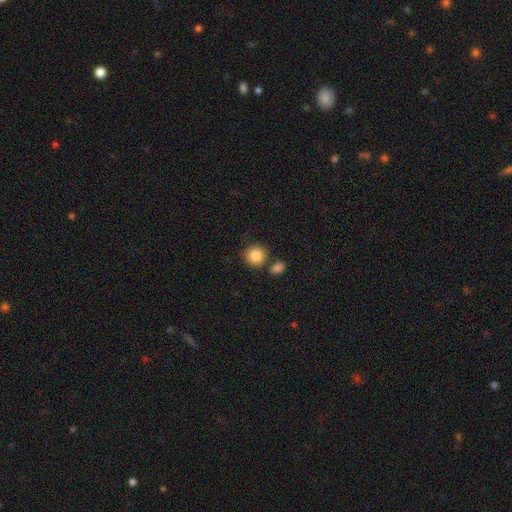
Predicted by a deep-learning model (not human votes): smooth_or_featured: smooth (p=0.86) [alt: star or artifact p=0.08]
how_rounded: round (p=0.90) [alt: in between p=0.09]
merging: none (p=0.74) [alt: merger p=0.12]